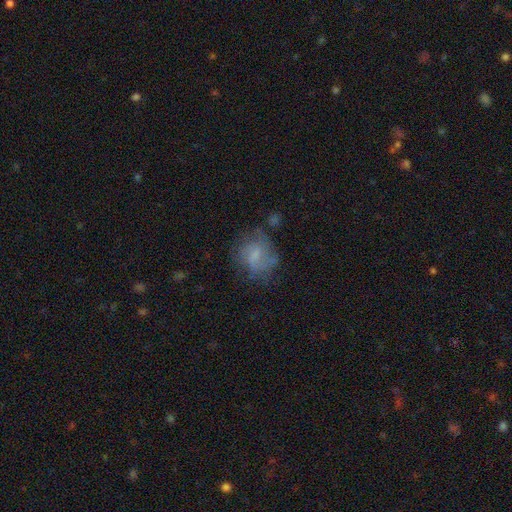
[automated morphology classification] Smooth or featured: smooth — 46% (featured or disk — 43%)
Merging: none — 56% (minor disturbance — 24%)